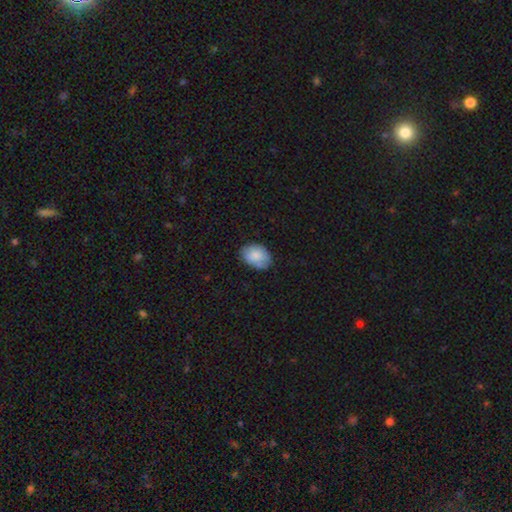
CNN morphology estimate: type=smooth (82%); roundness=in between (78%); merging=none (71%).